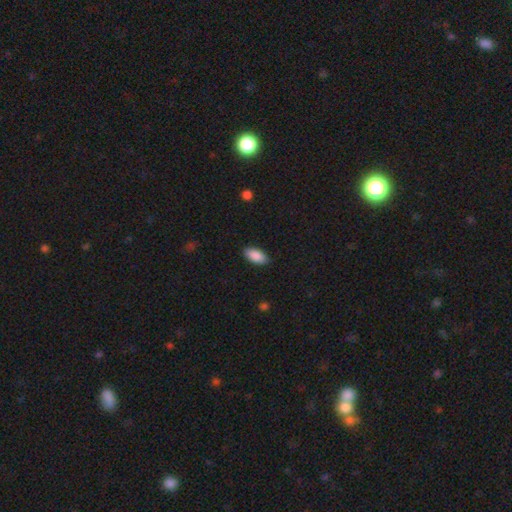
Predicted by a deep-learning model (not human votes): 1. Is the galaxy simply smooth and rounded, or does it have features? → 89% smooth, 6% star or artifact, 4% featured or disk.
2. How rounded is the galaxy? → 91% in between, 7% cigar-shaped, 2% round.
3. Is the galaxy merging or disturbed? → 88% none, 9% minor disturbance, 2% major disturbance, 1% merger.